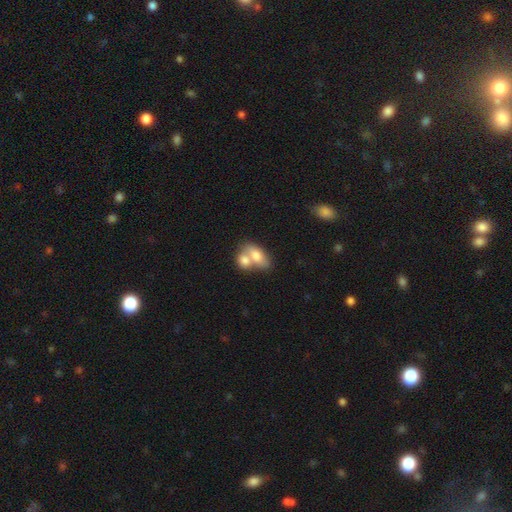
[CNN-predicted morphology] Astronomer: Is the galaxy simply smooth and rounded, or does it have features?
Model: smooth — 73%.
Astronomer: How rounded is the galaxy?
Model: in between — 84%.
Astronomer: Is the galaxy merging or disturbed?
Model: merger — 69%.